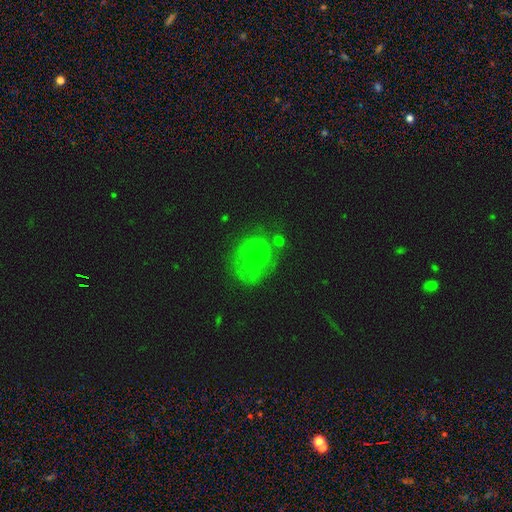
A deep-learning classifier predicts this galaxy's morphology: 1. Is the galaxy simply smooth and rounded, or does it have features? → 63% featured or disk, 23% smooth, 14% star or artifact.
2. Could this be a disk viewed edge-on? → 98% no, 2% yes.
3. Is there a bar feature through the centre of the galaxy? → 68% no, 27% weak, 4% strong.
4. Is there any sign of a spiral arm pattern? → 87% yes, 13% no.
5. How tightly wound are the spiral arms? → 50% tight, 38% medium, 12% loose.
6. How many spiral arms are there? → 59% 2, 23% can't tell, 6% 3, 6% 1, 3% 4, 2% more than 4.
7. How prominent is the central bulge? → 53% small, 24% none, 19% moderate, 3% large, 1% dominant.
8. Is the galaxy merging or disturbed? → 71% none, 18% minor disturbance, 9% major disturbance, 3% merger.